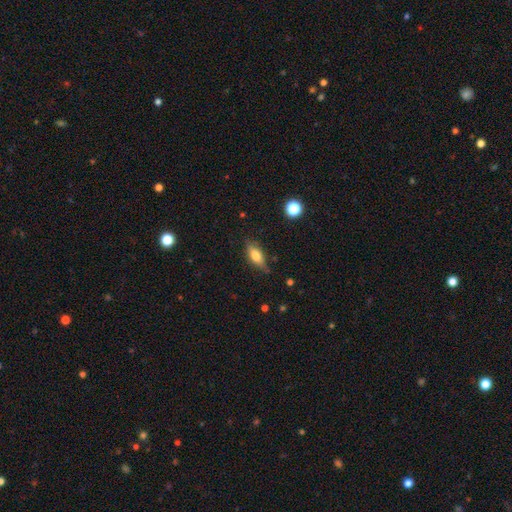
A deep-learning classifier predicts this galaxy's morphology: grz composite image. It shows a smooth galaxy with no disk features (64%) that is in between round and cigar-shaped (70%). Merging: none (78%).